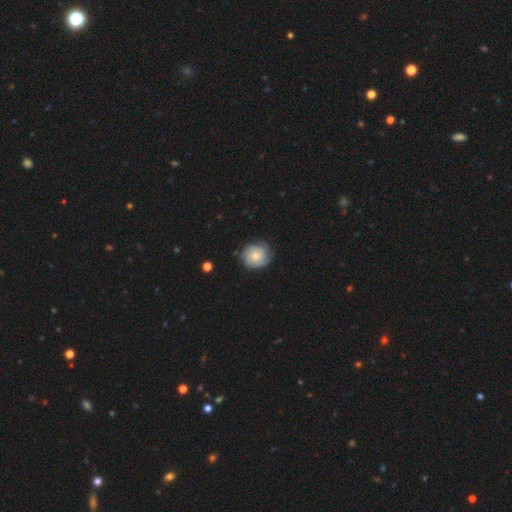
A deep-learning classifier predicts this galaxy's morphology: Q: Smooth or featured?
A: featured or disk (58%); runner-up: smooth (35%)
Q: Edge-on disk?
A: no (98%); runner-up: yes (2%)
Q: Bar?
A: no (81%); runner-up: weak (16%)
Q: Spiral arms?
A: yes (91%); runner-up: no (9%)
Q: Spiral winding?
A: tight (68%); runner-up: medium (24%)
Q: Spiral arm count?
A: can't tell (38%); runner-up: 3 (24%)
Q: Bulge size?
A: small (47%); runner-up: moderate (43%)
Q: Merging?
A: none (75%); runner-up: minor disturbance (19%)